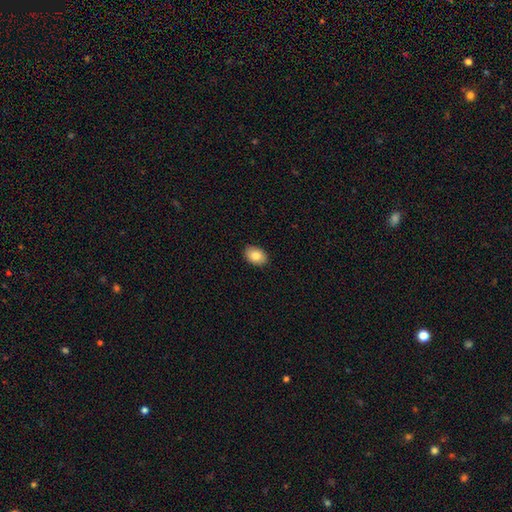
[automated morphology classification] The model was most divided on "how rounded": in between: 82%, round: 17%, cigar-shaped: 1%. More confident: merging — none (90%); smooth or featured — smooth (86%).